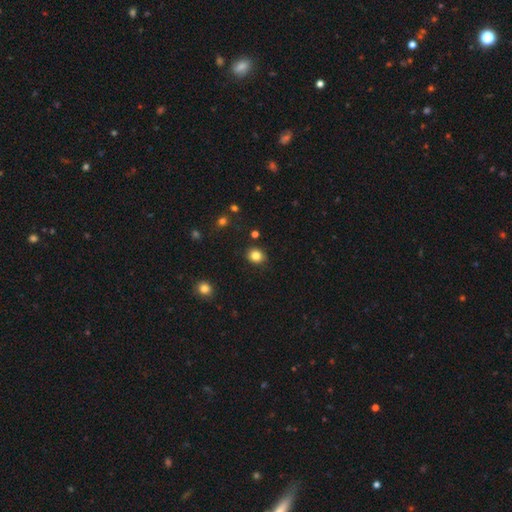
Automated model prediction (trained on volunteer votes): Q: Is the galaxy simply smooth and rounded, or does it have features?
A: smooth — 84%.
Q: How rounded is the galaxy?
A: round — 68%.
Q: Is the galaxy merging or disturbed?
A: none — 87%.